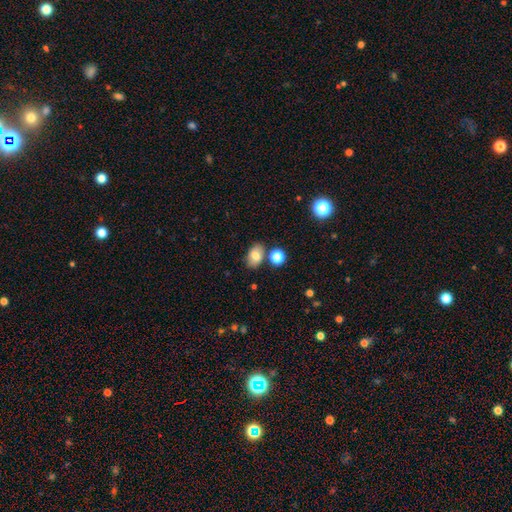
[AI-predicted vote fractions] smooth 77%, featured or disk 12%, star or artifact 10%. Down the decision tree: how rounded — in between (80%); merging — none (75%).